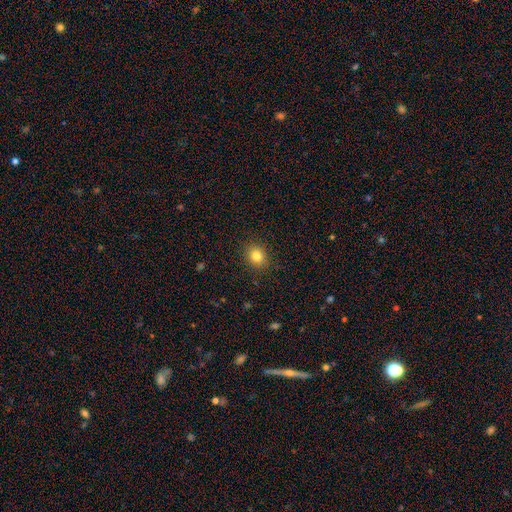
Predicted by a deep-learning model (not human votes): Smooth or featured? Predicted: smooth (p=0.82). How rounded? Predicted: round (p=0.59). Merging? Predicted: none (p=0.89).